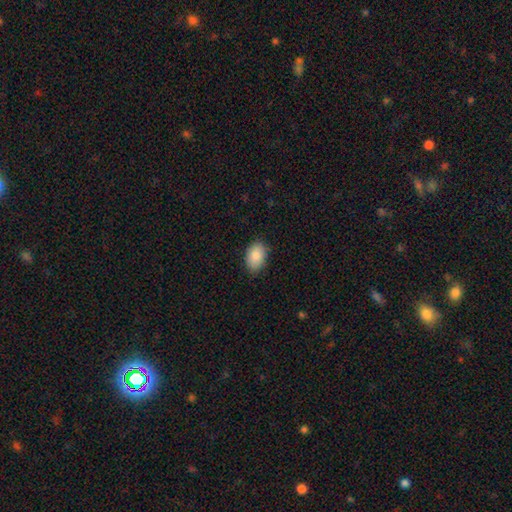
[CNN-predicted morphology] Q: Smooth or featured?
A: smooth (87%); runner-up: star or artifact (7%)
Q: How rounded?
A: in between (89%); runner-up: round (10%)
Q: Merging?
A: none (84%); runner-up: minor disturbance (13%)